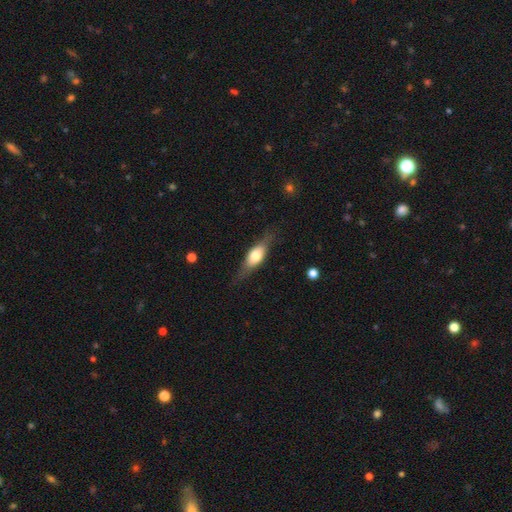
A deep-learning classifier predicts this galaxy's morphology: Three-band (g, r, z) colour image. It shows a smooth galaxy with no disk features (50%) that is in between round and cigar-shaped (59%). Merging: none (76%).